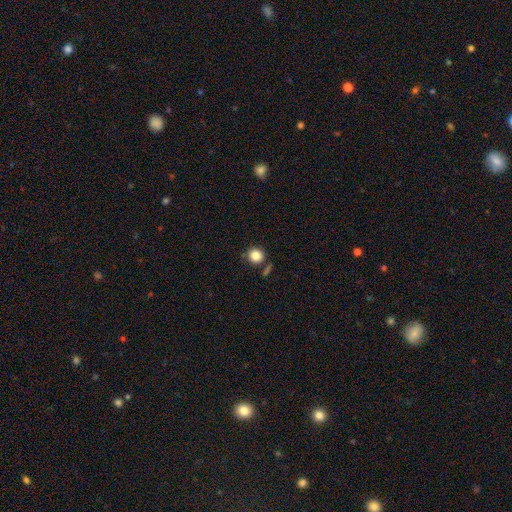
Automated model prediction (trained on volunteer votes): Smooth or featured?
  - smooth: 84% *
  - star or artifact: 11%
  - featured or disk: 6%
How rounded?
  - round: 88% *
  - in between: 11%
  - cigar-shaped: 1%
Merging?
  - none: 79% *
  - minor disturbance: 10%
  - merger: 7%
  - major disturbance: 3%